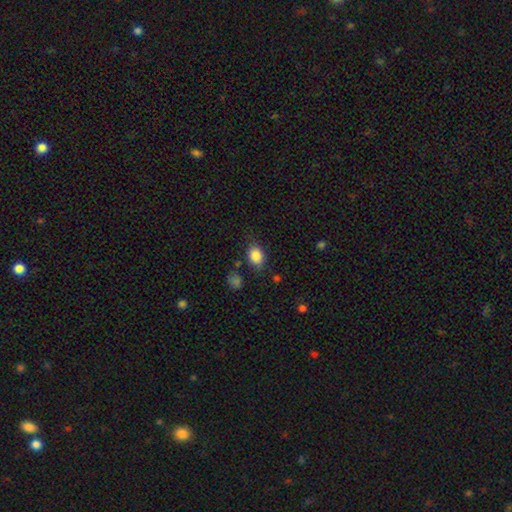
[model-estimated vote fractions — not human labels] Smooth or featured: smooth — 86% (star or artifact — 9%)
How rounded: in between — 68% (round — 31%)
Merging: none — 73% (minor disturbance — 18%)